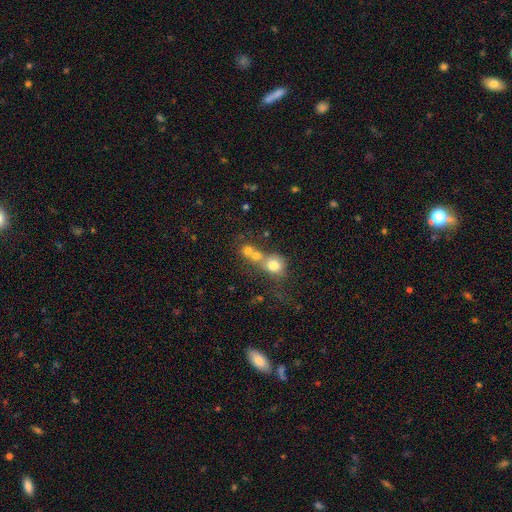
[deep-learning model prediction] Smooth or featured? Predicted: smooth (p=0.68). How rounded? Predicted: round (p=0.79). Merging? Predicted: merger (p=0.59).